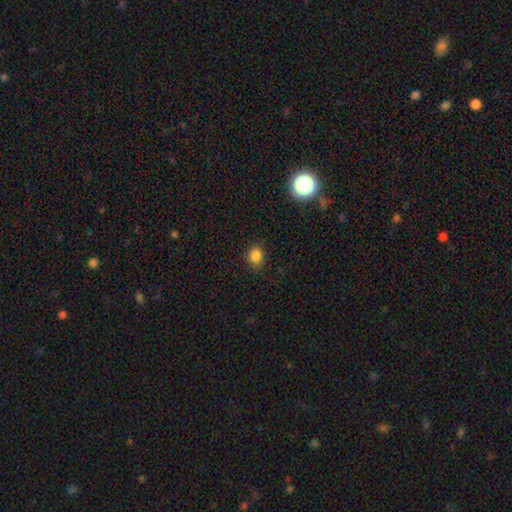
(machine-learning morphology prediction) smooth 83%, star or artifact 13%, featured or disk 4%. Down the decision tree: how rounded — round (66%); merging — none (83%).